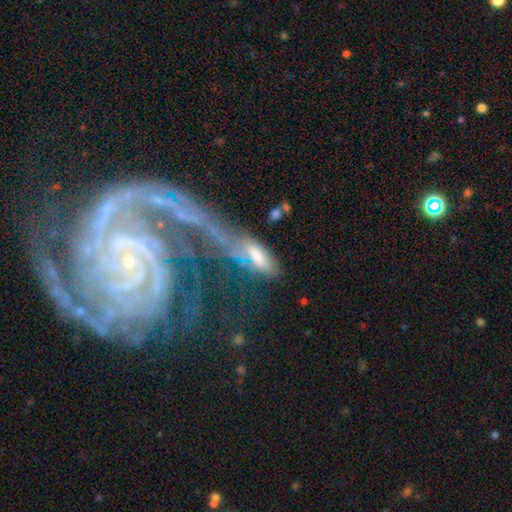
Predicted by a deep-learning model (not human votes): Overall: smooth (55%; featured or disk 32%). How rounded: in between (64%; cigar-shaped 32%). Merging: none (33%; merger 23%).